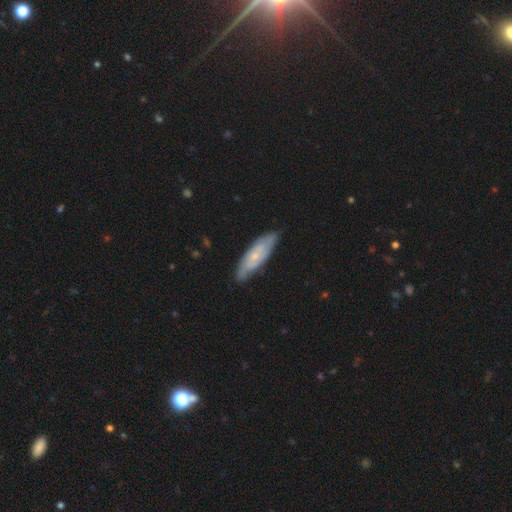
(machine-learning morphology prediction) Smooth or featured? featured or disk (54%)
Edge-on disk? no (75%)
Merging? none (79%)